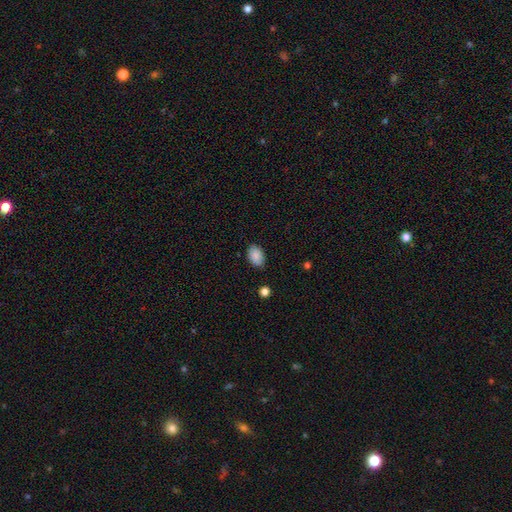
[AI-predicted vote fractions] smooth 88%, star or artifact 7%, featured or disk 5%. Down the decision tree: how rounded — in between (88%); merging — none (85%).